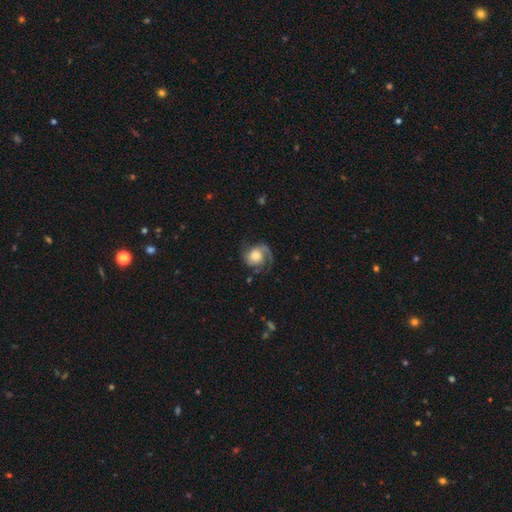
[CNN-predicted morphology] Smooth or featured: featured or disk — 67% (smooth — 26%)
Edge-on disk: no — 98% (yes — 2%)
Bar: no — 73% (weak — 23%)
Spiral arms: yes — 92% (no — 8%)
Spiral winding: medium — 44% (tight — 28%)
Spiral arm count: 2 — 52% (1 — 36%)
Bulge size: large — 40% (moderate — 31%)
Merging: none — 56% (minor disturbance — 22%)